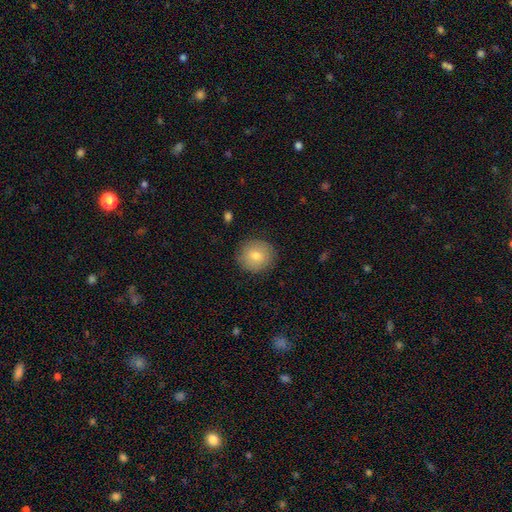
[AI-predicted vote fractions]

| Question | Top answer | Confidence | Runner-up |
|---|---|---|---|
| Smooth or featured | smooth | 77% | featured or disk (14%) |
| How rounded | round | 86% | in between (13%) |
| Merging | none | 88% | minor disturbance (8%) |